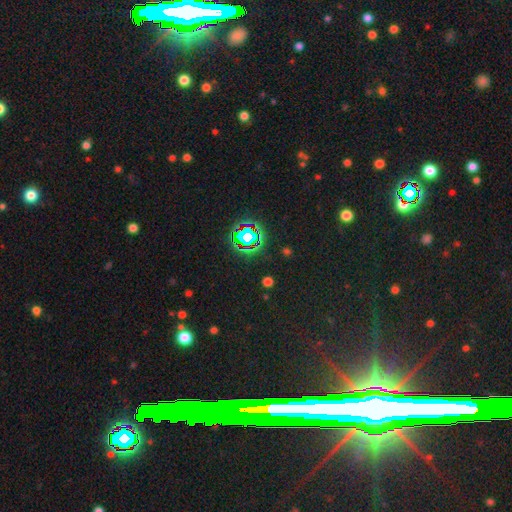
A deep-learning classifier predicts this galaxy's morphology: Overall: star or artifact (73%).